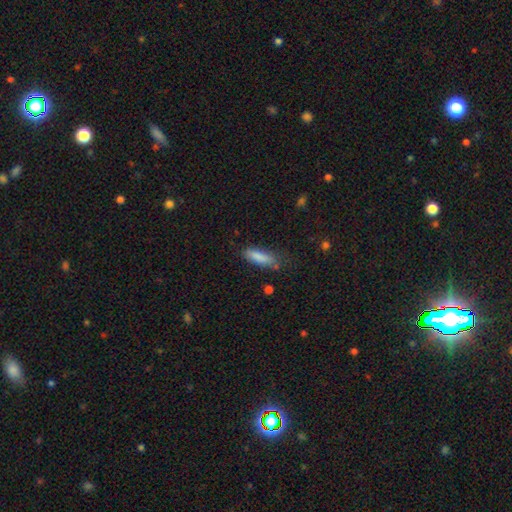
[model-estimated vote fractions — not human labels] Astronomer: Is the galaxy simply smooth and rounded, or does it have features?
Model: smooth — 71%.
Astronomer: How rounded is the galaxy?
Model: cigar-shaped — 64%.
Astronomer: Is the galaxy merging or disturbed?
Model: none — 71%.